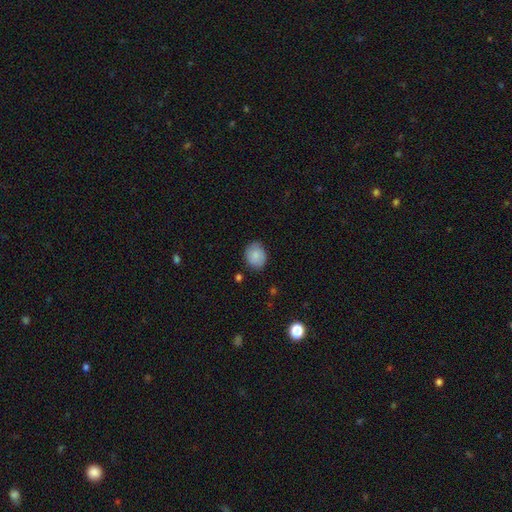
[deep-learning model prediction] Q: Smooth or featured?
A: smooth (82%); runner-up: featured or disk (11%)
Q: How rounded?
A: round (52%); runner-up: in between (47%)
Q: Merging?
A: none (77%); runner-up: minor disturbance (18%)